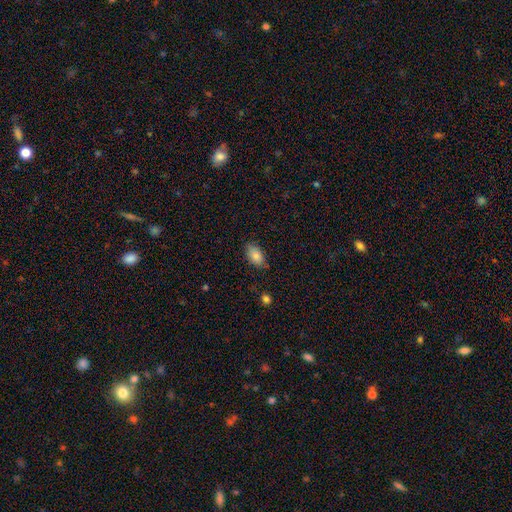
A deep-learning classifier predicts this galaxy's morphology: This appears to be a smooth galaxy with no disk features (85%) that is in between round and cigar-shaped (92%). Merging: none (76%).